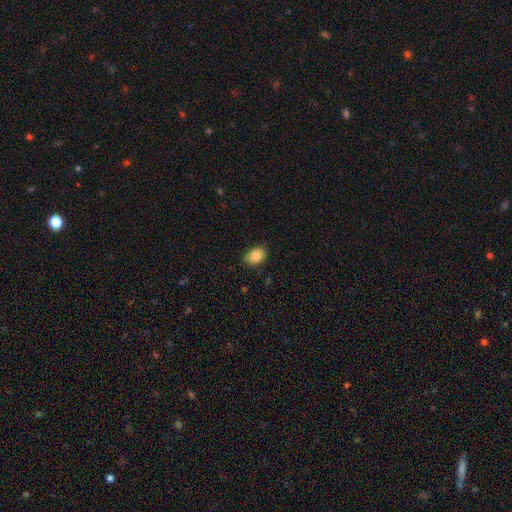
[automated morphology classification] Smooth or featured? Predicted: smooth (p=0.85). How rounded? Predicted: in between (p=0.67). Merging? Predicted: none (p=0.83).